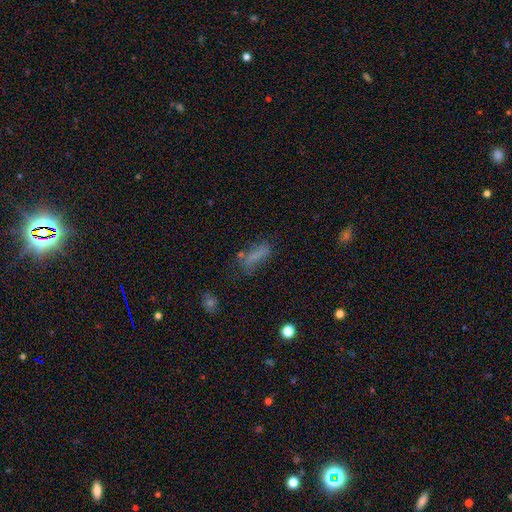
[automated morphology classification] This appears to be a smooth galaxy with no disk features (68%) that is in between round and cigar-shaped (51%). Merging: none (52%).